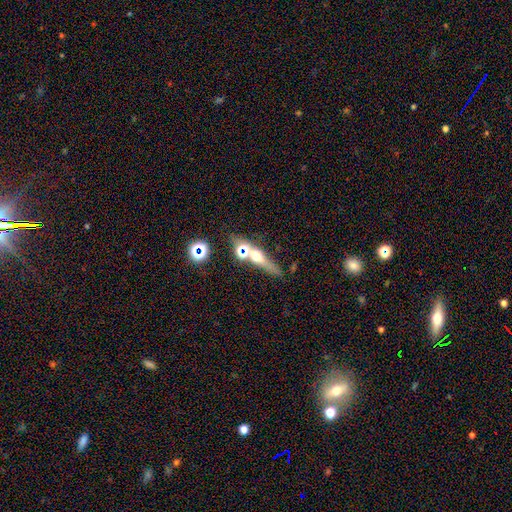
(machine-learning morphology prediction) Smooth or featured: featured or disk — 43% (smooth — 38%)
Merging: none — 61% (merger — 19%)